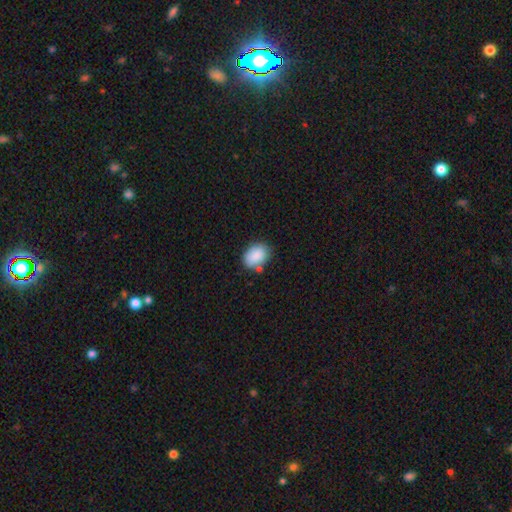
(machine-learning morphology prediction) Smooth or featured: smooth — 88% (star or artifact — 7%)
How rounded: in between — 80% (round — 19%)
Merging: none — 73% (minor disturbance — 17%)